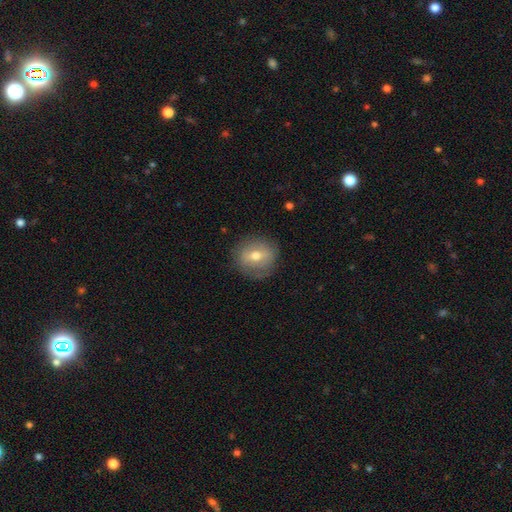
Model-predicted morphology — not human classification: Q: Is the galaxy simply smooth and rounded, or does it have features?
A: smooth — 53%.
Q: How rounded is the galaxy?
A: round — 77%.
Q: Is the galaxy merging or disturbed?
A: none — 81%.